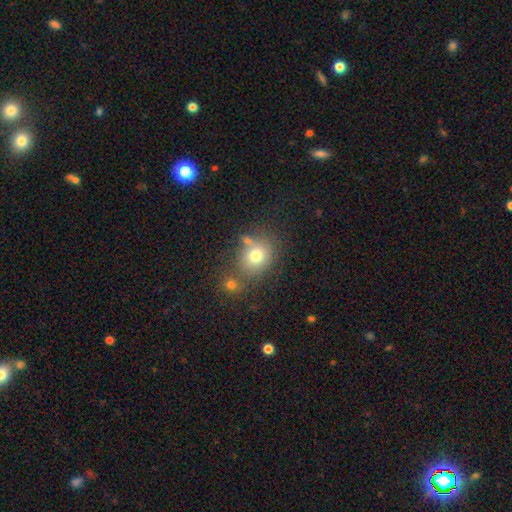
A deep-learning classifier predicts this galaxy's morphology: This appears to be a smooth galaxy with no disk features (73%) that is round (61%). Merging: none (58%).